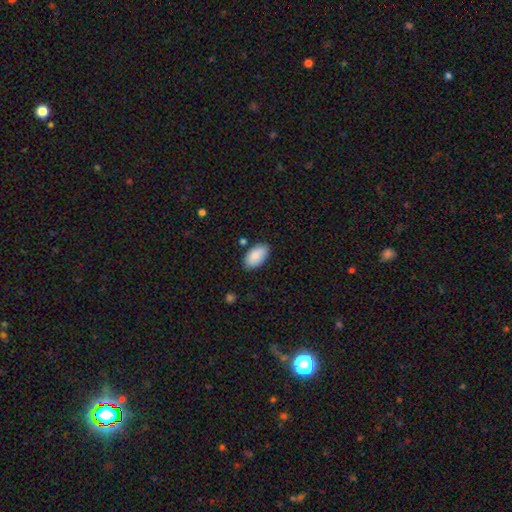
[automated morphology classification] smooth 88%, star or artifact 6%, featured or disk 6%. Down the decision tree: how rounded — in between (95%); merging — none (81%).